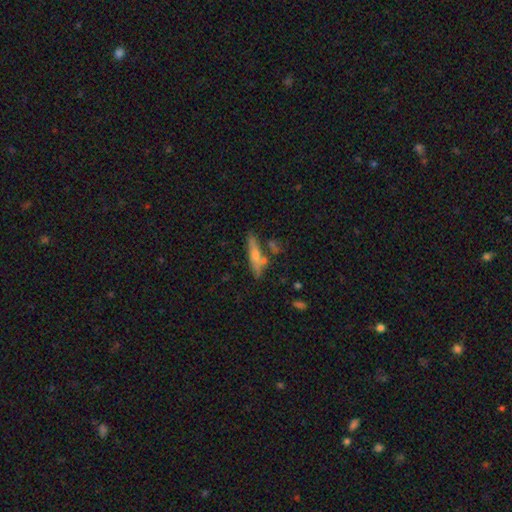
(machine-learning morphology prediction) This is possibly a featured or disk galaxy (47%). Merging: likely none (68%).